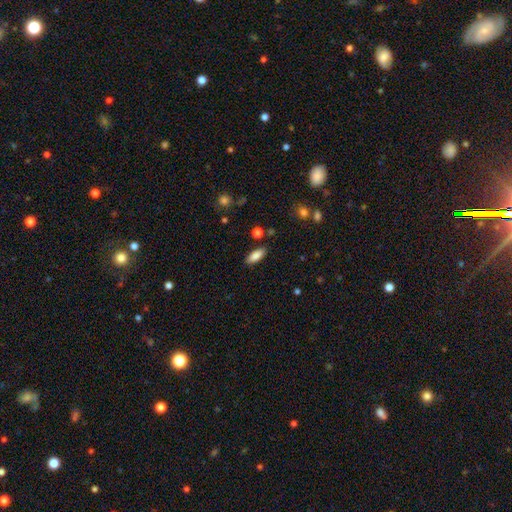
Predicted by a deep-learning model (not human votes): A smooth galaxy with no disk features (86%) that is in between round and cigar-shaped (76%). Merging: none (86%).